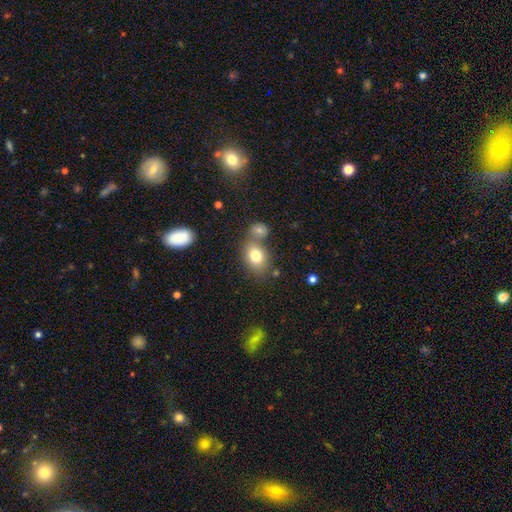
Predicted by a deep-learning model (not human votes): The model was most divided on "how rounded": in between: 62%, round: 37%, cigar-shaped: 1%. More confident: smooth or featured — smooth (79%); merging — none (54%).